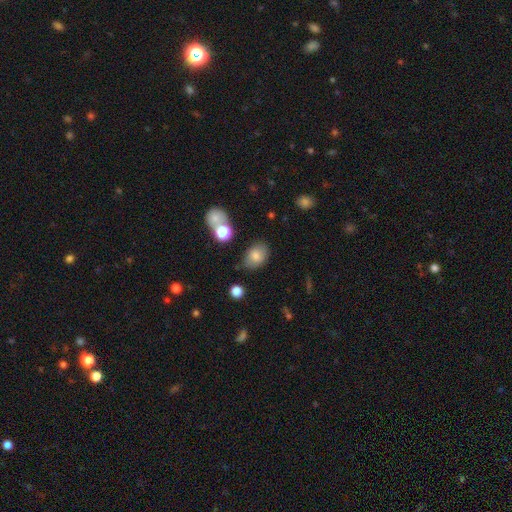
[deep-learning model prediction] Smooth or featured? Predicted: smooth (p=0.79). How rounded? Predicted: in between (p=0.79). Merging? Predicted: none (p=0.70).